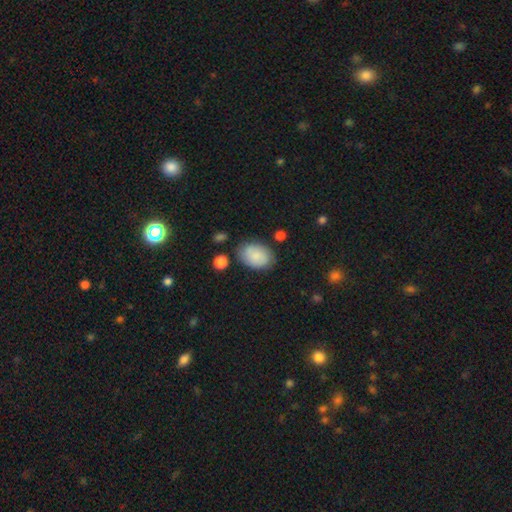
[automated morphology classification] A smooth galaxy with no disk features (79%) that is in between round and cigar-shaped (82%). Merging: none (74%).